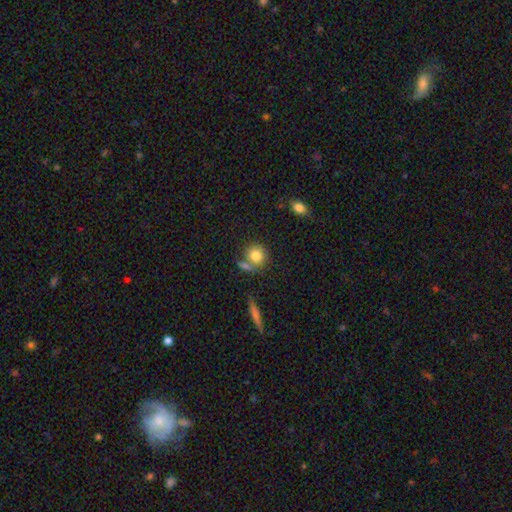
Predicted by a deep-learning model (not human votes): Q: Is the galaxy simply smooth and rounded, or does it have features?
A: smooth — 80%.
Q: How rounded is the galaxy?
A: round — 83%.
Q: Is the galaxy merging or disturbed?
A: none — 57%.